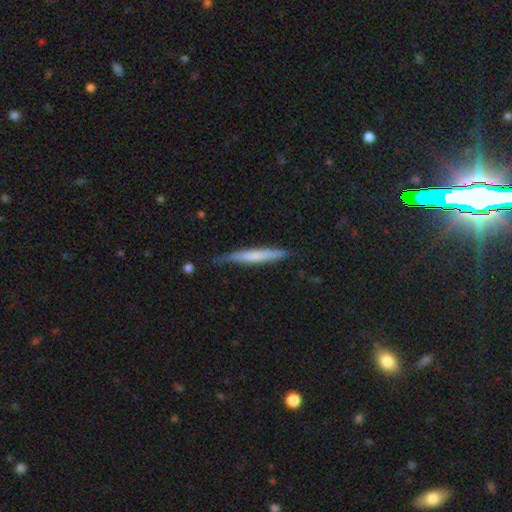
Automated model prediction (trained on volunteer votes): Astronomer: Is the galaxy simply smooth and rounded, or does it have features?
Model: smooth — 58% (runner-up: featured or disk, 36%).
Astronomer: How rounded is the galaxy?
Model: cigar-shaped — 95%.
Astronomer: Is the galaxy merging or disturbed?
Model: none — 74%.